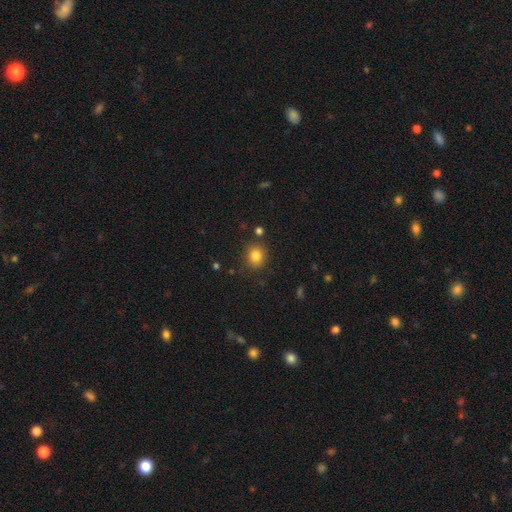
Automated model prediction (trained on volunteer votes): This appears to be a smooth galaxy with no disk features (82%) that is round (73%). Merging: none (83%).